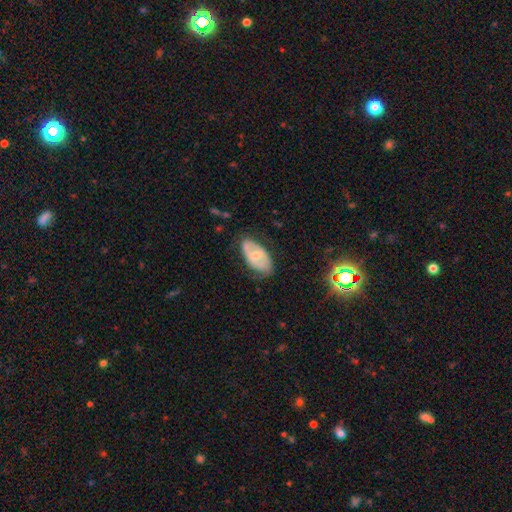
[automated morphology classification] This appears to be a featured or disk galaxy (54%) with a weak bar (43%), spiral arms (50%, tied with no) and a moderate central bulge (52%). Merging: none (62%).